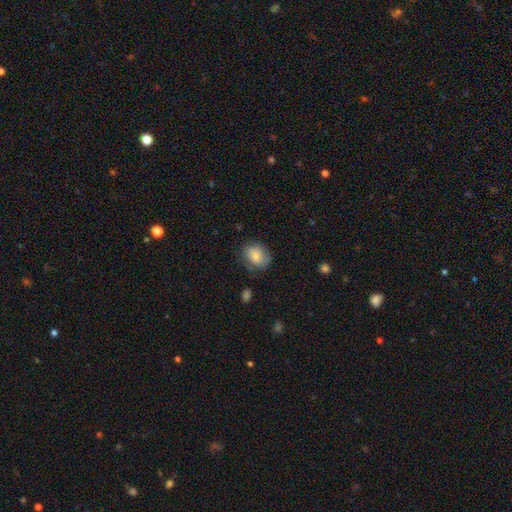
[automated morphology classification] smooth 72%, featured or disk 20%, star or artifact 8%. Down the decision tree: how rounded — in between (59%); merging — none (69%).